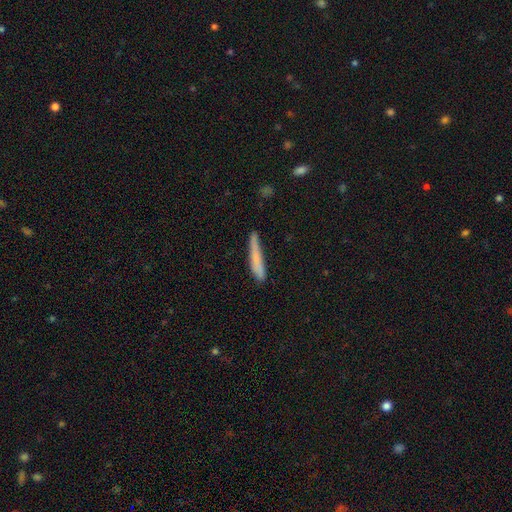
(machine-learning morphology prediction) Smooth or featured? smooth (74%)
How rounded? cigar-shaped (94%)
Merging? none (70%)